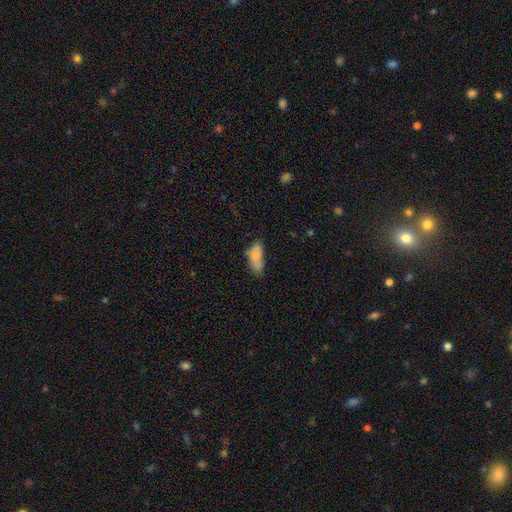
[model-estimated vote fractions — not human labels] Morphology: type=smooth (77%); roundness=in between (83%); merging=none (48%).